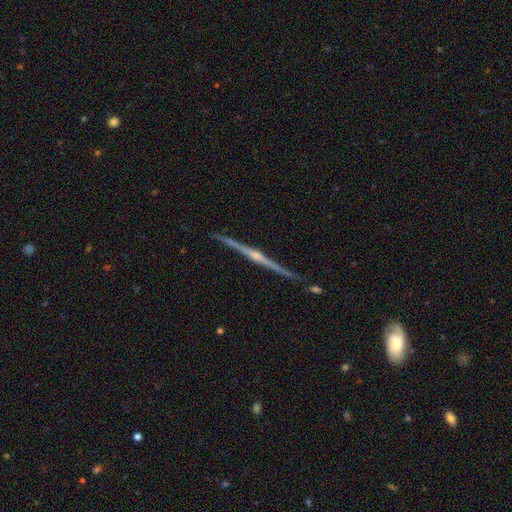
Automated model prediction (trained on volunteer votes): smooth_or_featured: featured or disk (p=0.84) [alt: smooth p=0.09]
disk_edge_on: yes (p=0.98) [alt: no p=0.02]
edge_on_bulge: rounded (p=0.75) [alt: none p=0.17]
merging: none (p=0.91) [alt: minor disturbance p=0.06]